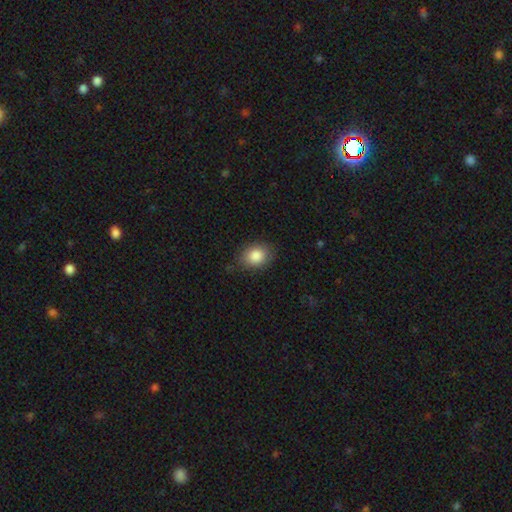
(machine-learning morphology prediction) smooth-or-featured: smooth: 86% | star or artifact: 8% | featured or disk: 6%
  how-rounded: in between: 59% | round: 40% | cigar-shaped: 1%
  merging: none: 79% | minor disturbance: 16% | major disturbance: 4% | merger: 1%